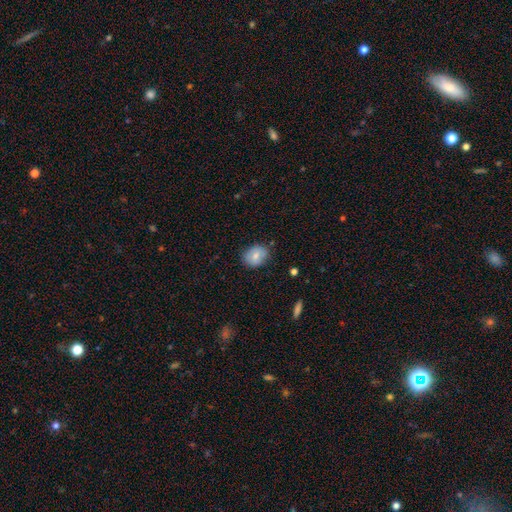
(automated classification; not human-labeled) This is likely a smooth galaxy (75%). How rounded: possibly in between (56%). Merging: likely none (77%).